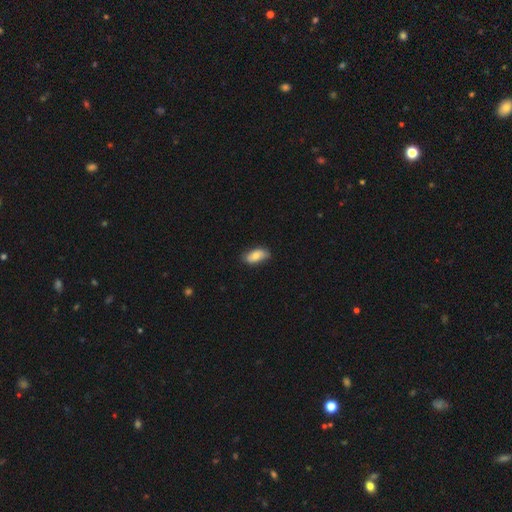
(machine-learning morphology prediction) type=smooth (76%); roundness=in between (91%); merging=none (75%).